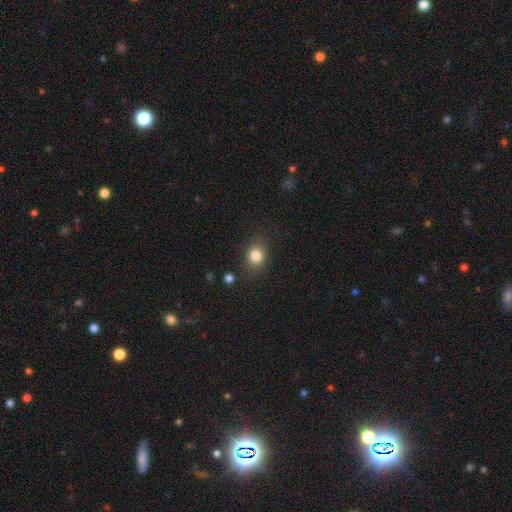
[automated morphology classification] Smooth or featured? Predicted: smooth (p=0.82). How rounded? Predicted: round (p=0.53). Merging? Predicted: none (p=0.81).